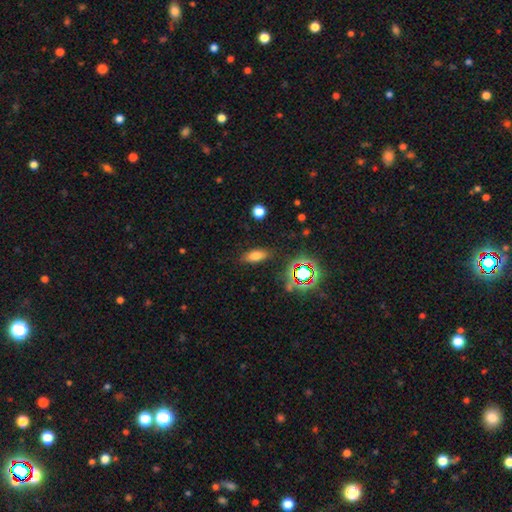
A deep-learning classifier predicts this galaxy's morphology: Q: Smooth or featured?
A: smooth (70%); runner-up: star or artifact (17%)
Q: How rounded?
A: in between (74%); runner-up: cigar-shaped (20%)
Q: Merging?
A: none (83%); runner-up: minor disturbance (11%)